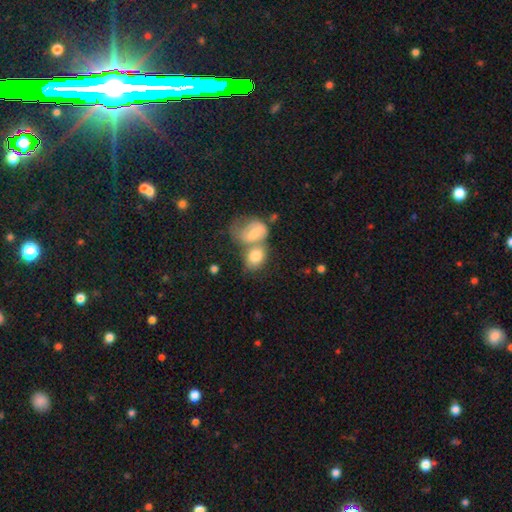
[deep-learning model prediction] Smooth or featured? Predicted: smooth (p=0.74). How rounded? Predicted: in between (p=0.66). Merging? Predicted: merger (p=0.63).